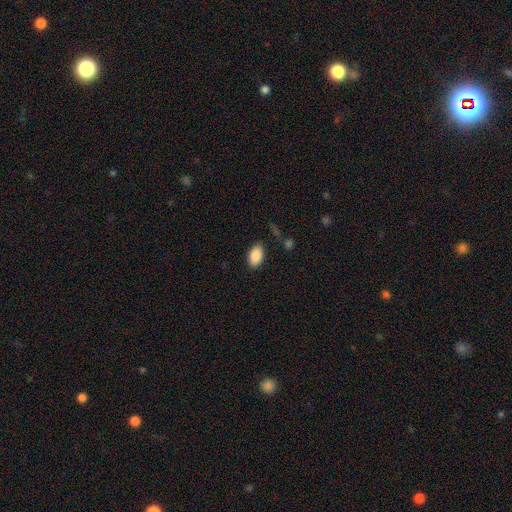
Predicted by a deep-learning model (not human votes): smooth 88%, star or artifact 7%, featured or disk 5%. Down the decision tree: how rounded — in between (93%); merging — none (84%).